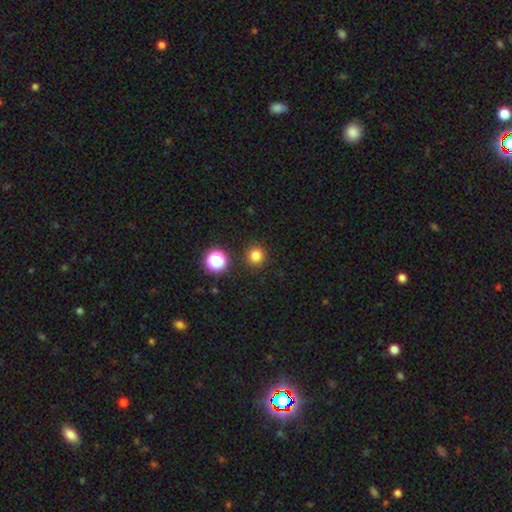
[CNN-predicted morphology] Smooth or featured?
  - smooth: 80% *
  - star or artifact: 16%
  - featured or disk: 5%
How rounded?
  - round: 93% *
  - in between: 6%
  - cigar-shaped: 1%
Merging?
  - none: 90% *
  - minor disturbance: 6%
  - major disturbance: 2%
  - merger: 2%